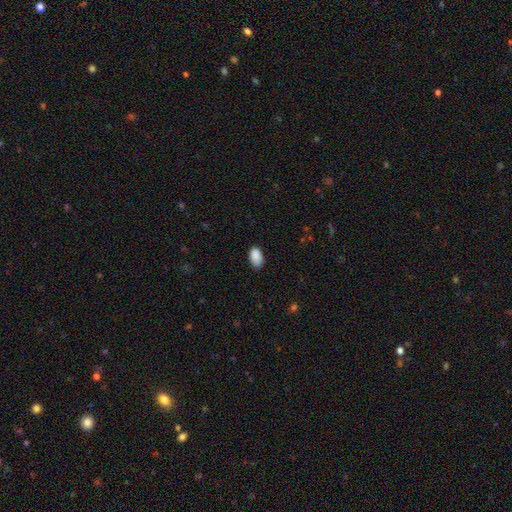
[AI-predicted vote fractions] Smooth or featured: smooth — 90% (star or artifact — 7%)
How rounded: in between — 93% (round — 5%)
Merging: none — 80% (minor disturbance — 16%)